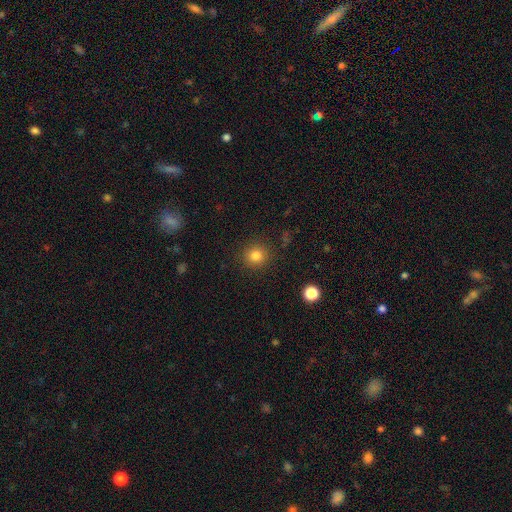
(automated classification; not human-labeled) A smooth galaxy with no disk features (81%) that is round (91%).

Vote fractions:
- Smooth or featured? smooth: 81% / star or artifact: 13% / featured or disk: 6%
- How rounded? round: 91% / in between: 8% / cigar-shaped: 1%
- Merging? none: 89% / minor disturbance: 7% / major disturbance: 3% / merger: 1%